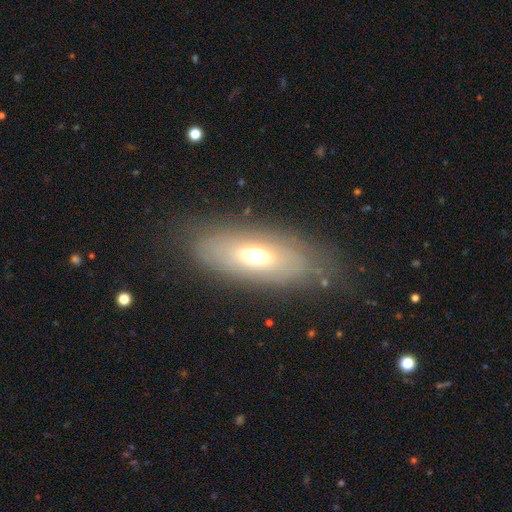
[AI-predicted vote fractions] Morphology: type=smooth (53%); roundness=in between (79%); merging=none (76%).